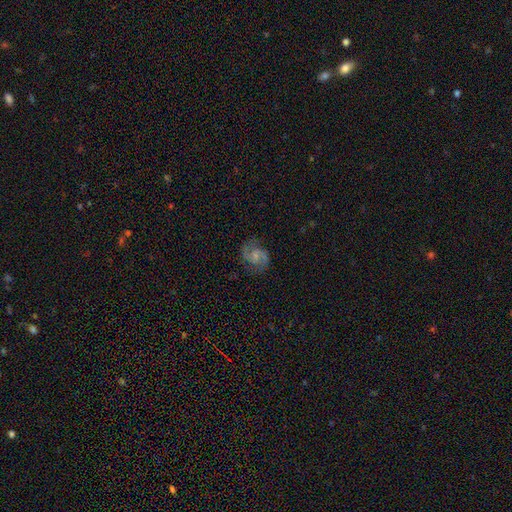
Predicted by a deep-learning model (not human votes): smooth-or-featured: featured or disk: 82% | smooth: 11% | star or artifact: 7%
  disk-edge-on: no: 98% | yes: 2%
    bar: no: 47% | weak: 45% | strong: 8%
    has-spiral-arms: yes: 97% | no: 3%
      spiral-winding: medium: 59% | tight: 21% | loose: 20%
      spiral-arm-count: 2: 92% | can't tell: 3% | 3: 2% | 1: 1% | 4: 1% | more than 4: 1%
    bulge-size: small: 49% | moderate: 28% | none: 20% | large: 2% | dominant: 1%
  merging: none: 78% | minor disturbance: 14% | major disturbance: 6% | merger: 1%